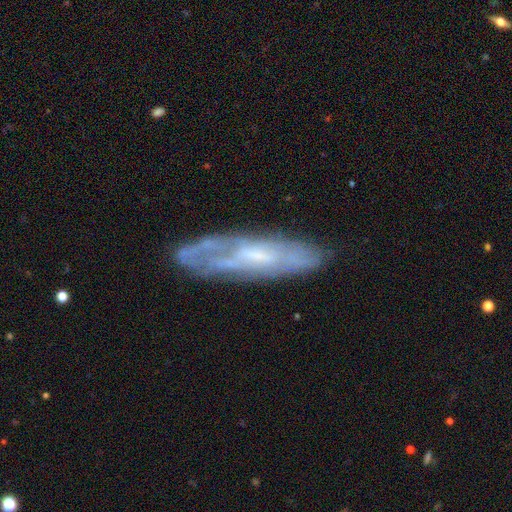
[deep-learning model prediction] Smooth or featured?
  - featured or disk: 63% *
  - smooth: 29%
  - star or artifact: 8%
Edge-on disk?
  - no: 62% *
  - yes: 38%
Merging?
  - none: 68% *
  - minor disturbance: 21%
  - major disturbance: 9%
  - merger: 3%